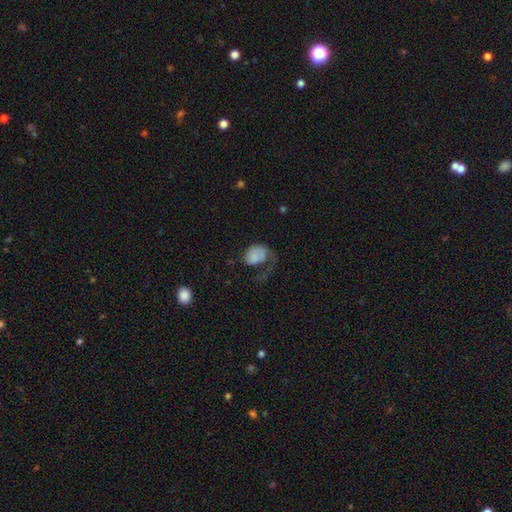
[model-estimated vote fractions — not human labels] This appears to be a smooth galaxy with no disk features (55%) that is in between round and cigar-shaped (66%). Merging: major disturbance (58%).